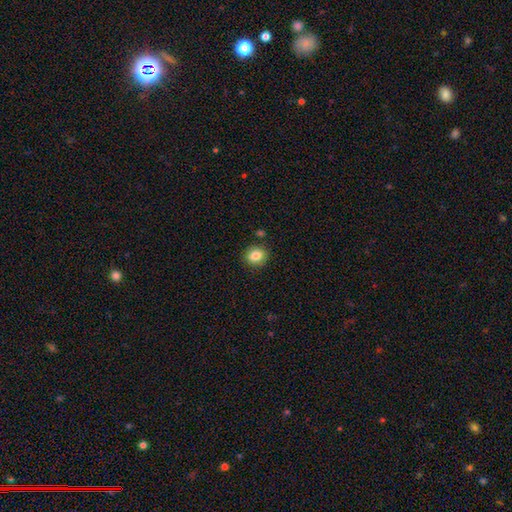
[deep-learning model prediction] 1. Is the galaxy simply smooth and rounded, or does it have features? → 84% smooth, 10% star or artifact, 6% featured or disk.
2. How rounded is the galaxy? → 64% round, 35% in between, 1% cigar-shaped.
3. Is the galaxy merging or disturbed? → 87% none, 8% minor disturbance, 3% merger, 2% major disturbance.